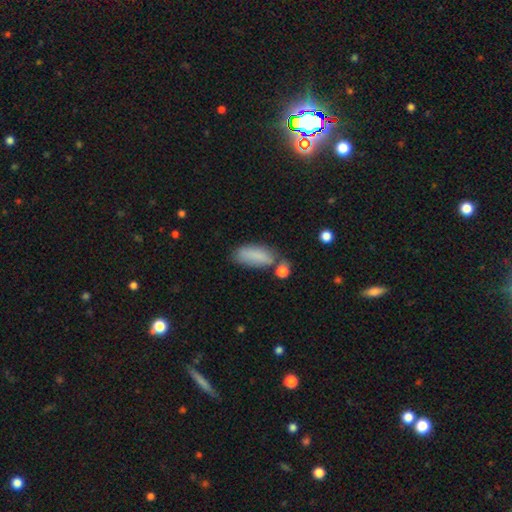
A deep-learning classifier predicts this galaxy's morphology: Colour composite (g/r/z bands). It shows a smooth galaxy with no disk features (83%) that is in between round and cigar-shaped (79%). Merging: none (59%).